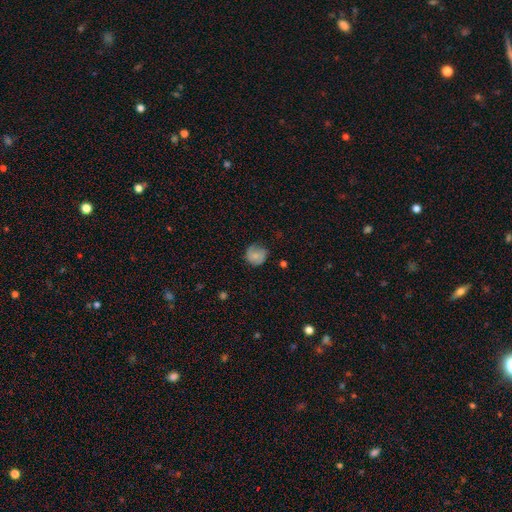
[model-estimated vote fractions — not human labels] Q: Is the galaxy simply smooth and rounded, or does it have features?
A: smooth — 64%.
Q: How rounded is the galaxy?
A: round — 84%.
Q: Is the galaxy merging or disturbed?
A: none — 64%.